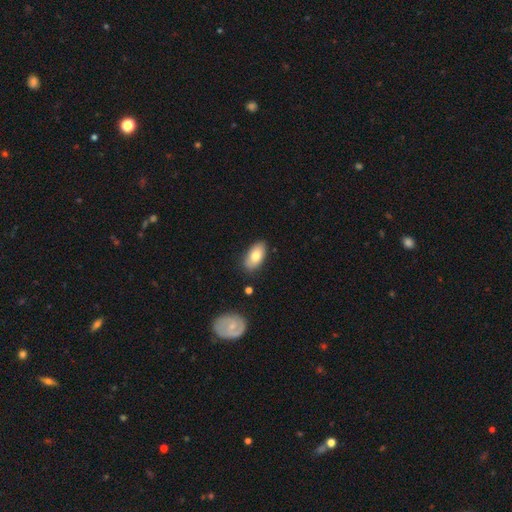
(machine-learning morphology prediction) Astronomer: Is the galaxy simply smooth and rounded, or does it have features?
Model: smooth — 77%.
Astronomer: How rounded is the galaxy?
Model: in between — 93%.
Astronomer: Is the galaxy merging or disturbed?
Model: none — 85%.